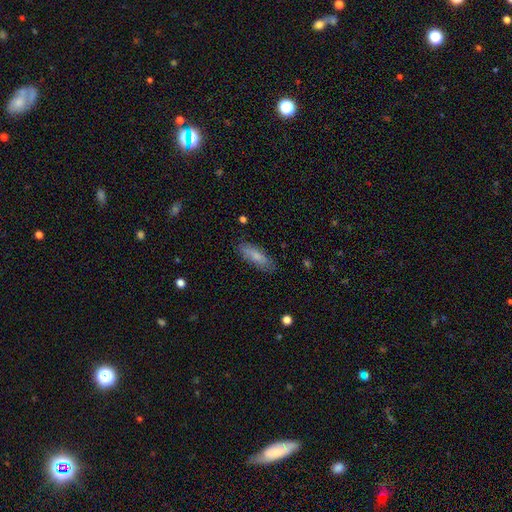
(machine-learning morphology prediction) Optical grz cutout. It shows a smooth galaxy with no disk features (74%) that is in between round and cigar-shaped (58%). Merging: none (80%).